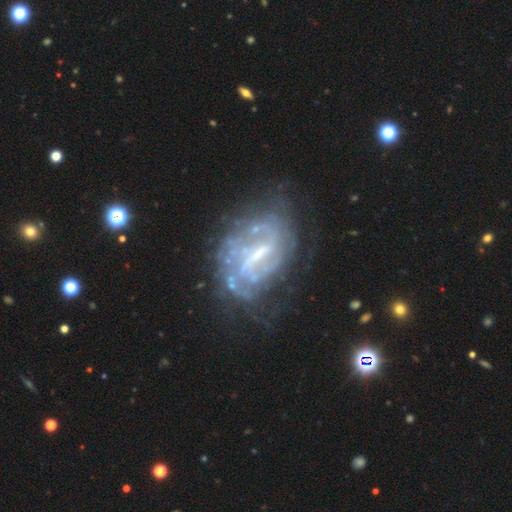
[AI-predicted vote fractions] A featured or disk galaxy (83%) with a weak bar (43%, tied with strong), tight (45%) spiral arms (81%) and a small central bulge (47%). Merging: none (55%).